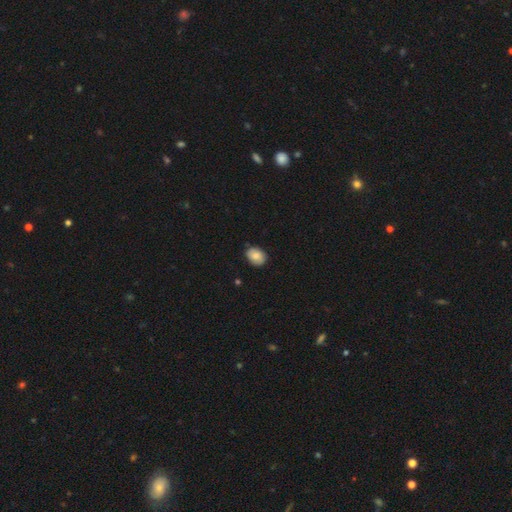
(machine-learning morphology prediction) smooth_or_featured: smooth (p=0.83) [alt: featured or disk p=0.10]
how_rounded: in between (p=0.66) [alt: round p=0.33]
merging: none (p=0.80) [alt: minor disturbance p=0.17]